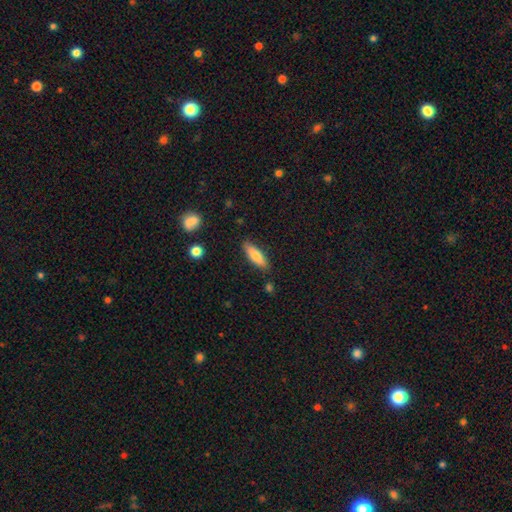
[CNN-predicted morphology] A smooth galaxy with no disk features (74%) that is cigar-shaped (53%).

Vote fractions:
- Smooth or featured? smooth: 74% / featured or disk: 20% / star or artifact: 6%
- How rounded? cigar-shaped: 53% / in between: 45% / round: 2%
- Merging? none: 85% / minor disturbance: 11% / major disturbance: 2% / merger: 2%